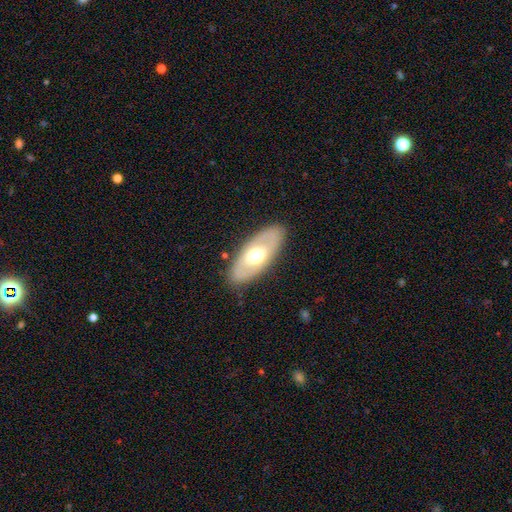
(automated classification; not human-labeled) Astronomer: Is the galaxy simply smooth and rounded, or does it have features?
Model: featured or disk — 48% (runner-up: smooth, 46%).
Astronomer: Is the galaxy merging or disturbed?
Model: none — 85%.